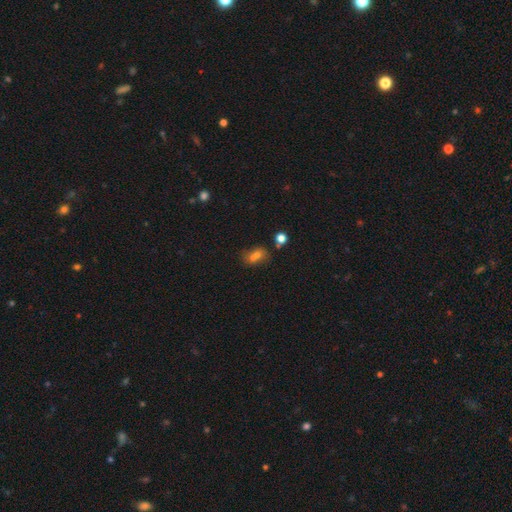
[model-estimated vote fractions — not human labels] Smooth or featured? smooth (66%)
How rounded? in between (71%)
Merging? none (46%)